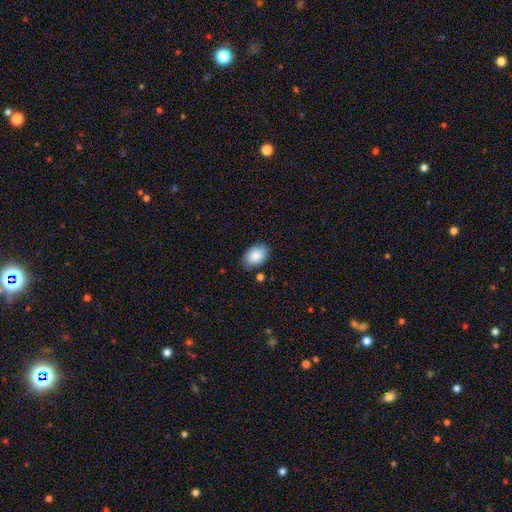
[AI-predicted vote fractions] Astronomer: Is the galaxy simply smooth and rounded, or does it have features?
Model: smooth — 88%.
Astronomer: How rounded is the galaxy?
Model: in between — 85%.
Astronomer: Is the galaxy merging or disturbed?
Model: none — 82%.